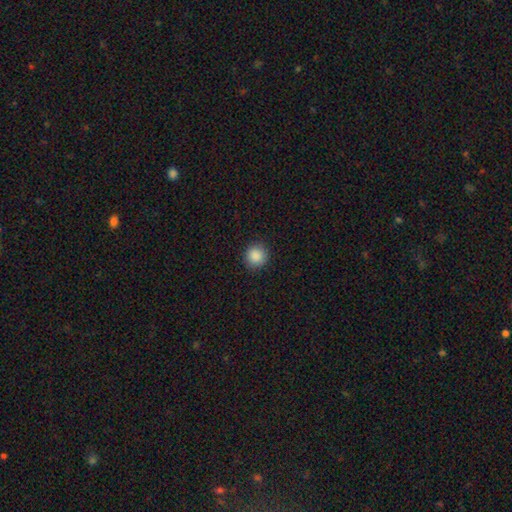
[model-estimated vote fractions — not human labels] Smooth or featured?
  - smooth: 88% *
  - star or artifact: 9%
  - featured or disk: 3%
How rounded?
  - round: 93% *
  - in between: 6%
  - cigar-shaped: 1%
Merging?
  - none: 91% *
  - minor disturbance: 6%
  - major disturbance: 2%
  - merger: 1%